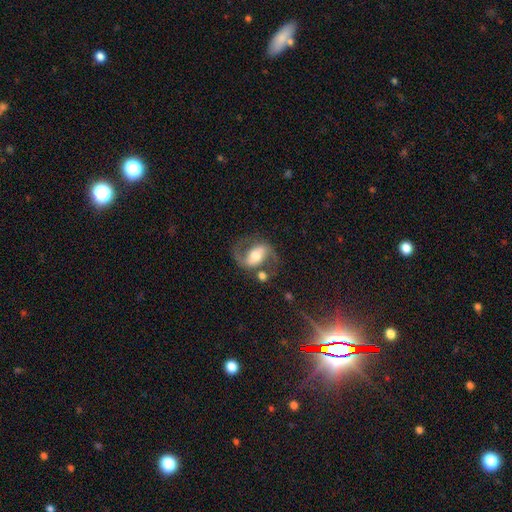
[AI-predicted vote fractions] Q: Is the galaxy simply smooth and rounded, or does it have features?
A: featured or disk — 78%.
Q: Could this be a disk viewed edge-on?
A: no — 97%.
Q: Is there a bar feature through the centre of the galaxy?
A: weak — 38%.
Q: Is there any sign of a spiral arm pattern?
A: yes — 91%.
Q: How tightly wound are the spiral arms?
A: medium — 49%.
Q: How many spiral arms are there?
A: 2 — 88%.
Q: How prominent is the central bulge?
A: moderate — 61%.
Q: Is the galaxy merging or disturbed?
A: none — 61%.